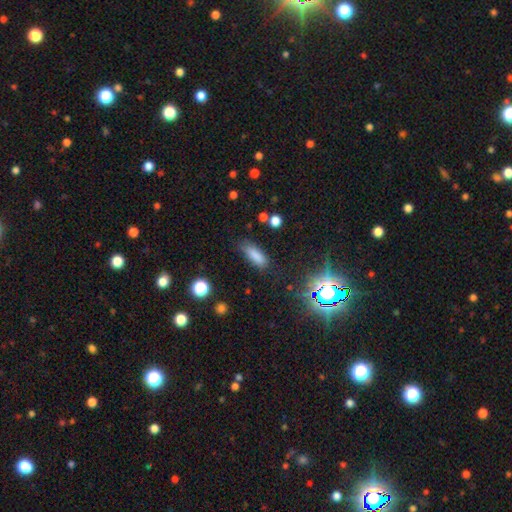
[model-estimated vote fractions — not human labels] Morphology: type=smooth (80%); roundness=in between (63%); merging=none (75%).